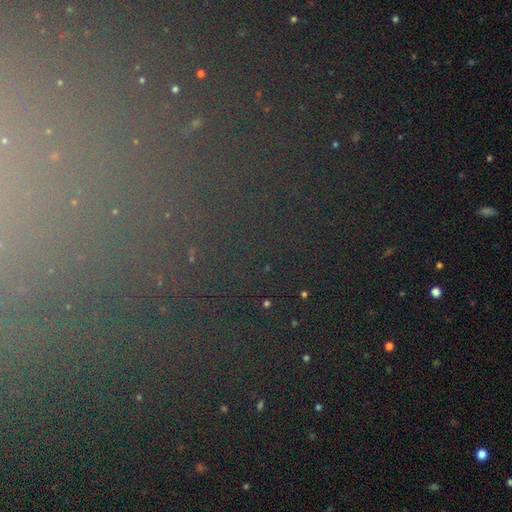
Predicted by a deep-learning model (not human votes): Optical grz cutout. It shows a star or artifact, not a galaxy (76%).